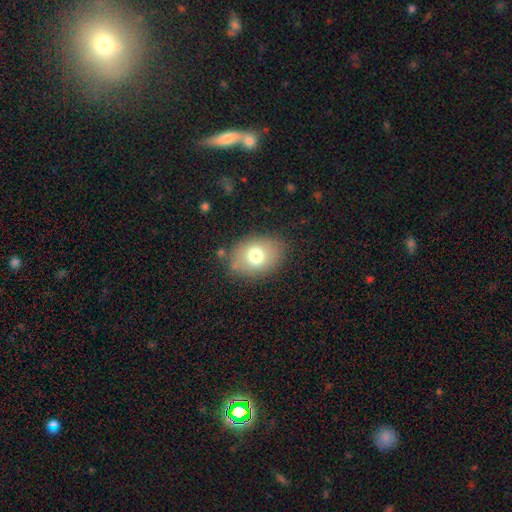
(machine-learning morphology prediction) Smooth or featured? smooth (74%)
How rounded? in between (68%)
Merging? none (80%)